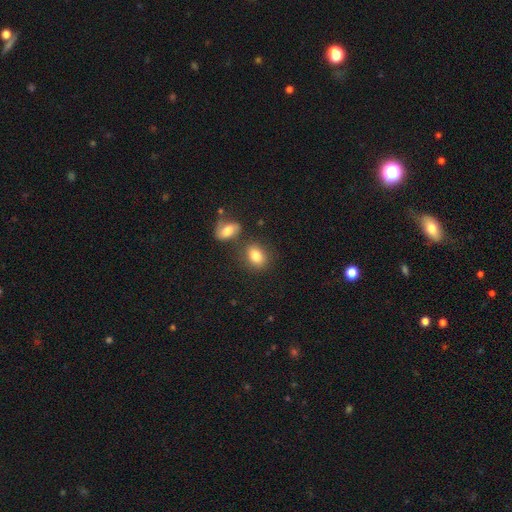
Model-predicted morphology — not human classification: smooth_or_featured: smooth (p=0.81) [alt: featured or disk p=0.11]
how_rounded: in between (p=0.69) [alt: round p=0.30]
merging: none (p=0.69) [alt: merger p=0.16]